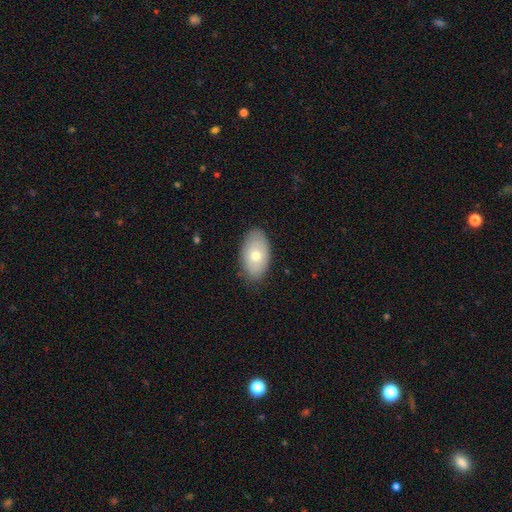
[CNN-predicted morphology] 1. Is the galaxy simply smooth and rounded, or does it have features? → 70% smooth, 24% featured or disk, 7% star or artifact.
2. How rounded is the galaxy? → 93% in between, 5% round, 1% cigar-shaped.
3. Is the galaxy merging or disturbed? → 85% none, 12% minor disturbance, 2% major disturbance, 1% merger.